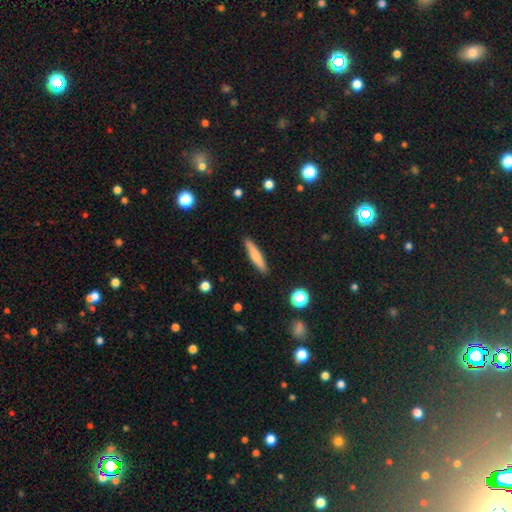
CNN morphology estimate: A smooth galaxy with no disk features (67%) that is cigar-shaped (89%).

Vote fractions:
- Smooth or featured? smooth: 67% / featured or disk: 27% / star or artifact: 6%
- How rounded? cigar-shaped: 89% / in between: 9% / round: 2%
- Merging? none: 90% / minor disturbance: 7% / major disturbance: 2% / merger: 1%